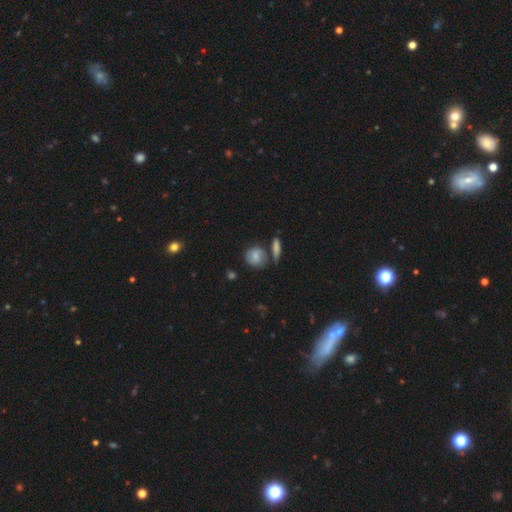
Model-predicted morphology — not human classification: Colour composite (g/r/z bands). It shows a smooth galaxy with no disk features (58%) that is round (72%). Merging: none (66%).